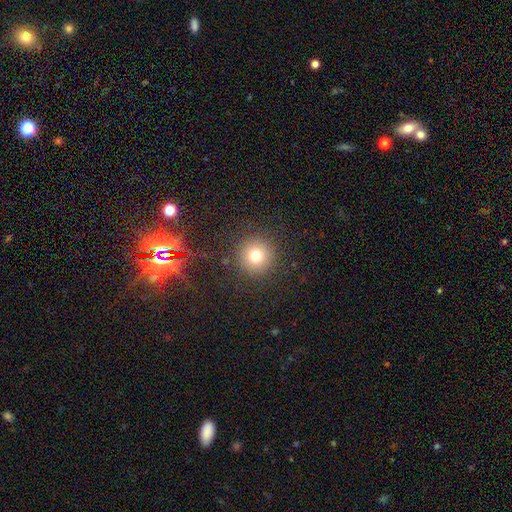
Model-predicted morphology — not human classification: A smooth galaxy with no disk features (75%) that is round (95%).

Vote fractions:
- Smooth or featured? smooth: 75% / star or artifact: 16% / featured or disk: 9%
- How rounded? round: 95% / in between: 4% / cigar-shaped: 1%
- Merging? none: 90% / minor disturbance: 6% / major disturbance: 3% / merger: 1%